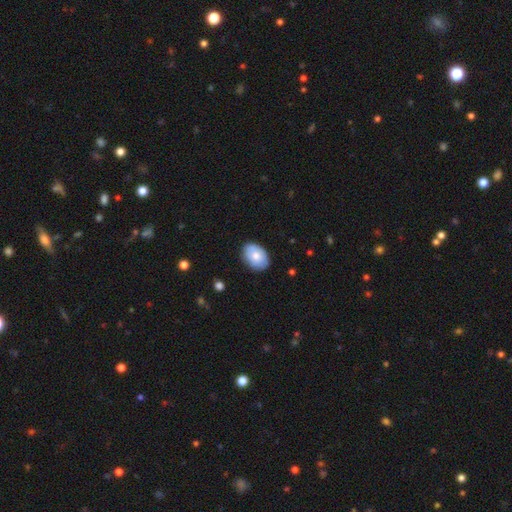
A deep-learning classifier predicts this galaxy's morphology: This appears to be a smooth galaxy with no disk features (77%) that is in between round and cigar-shaped (83%). Merging: none (84%).